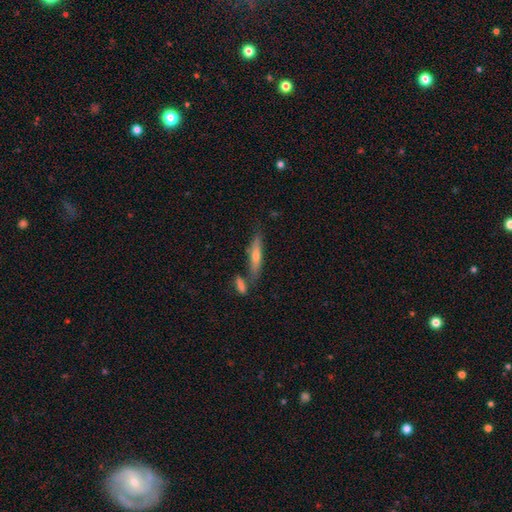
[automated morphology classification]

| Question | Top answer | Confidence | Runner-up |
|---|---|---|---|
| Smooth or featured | featured or disk | 55% | smooth (36%) |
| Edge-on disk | yes | 87% | no (13%) |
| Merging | none | 71% | merger (14%) |